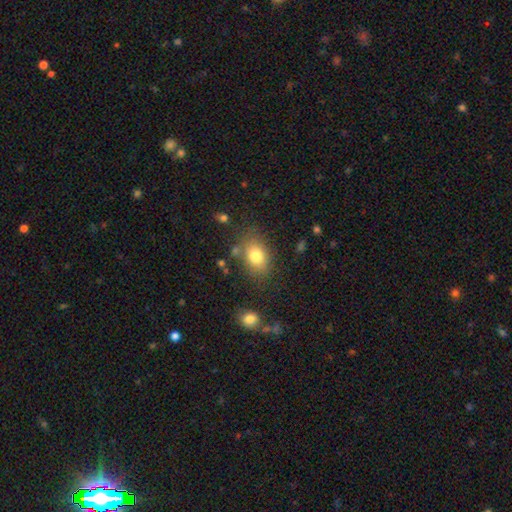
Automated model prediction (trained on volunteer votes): The model was most divided on "how rounded": in between: 71%, round: 28%, cigar-shaped: 1%. More confident: smooth or featured — smooth (79%); merging — none (75%).